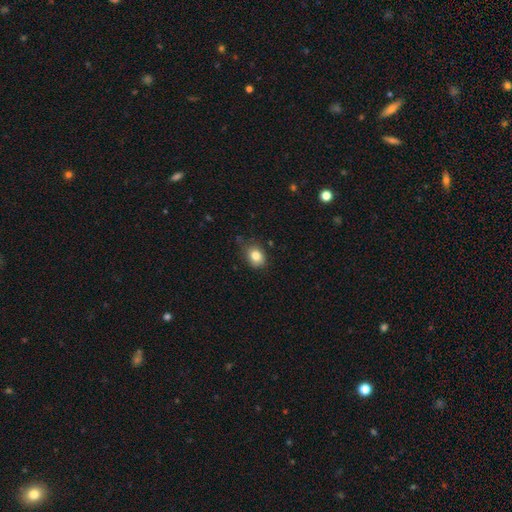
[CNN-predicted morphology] Q: Smooth or featured?
A: smooth (82%); runner-up: star or artifact (10%)
Q: How rounded?
A: in between (50%); runner-up: round (49%)
Q: Merging?
A: none (74%); runner-up: minor disturbance (20%)